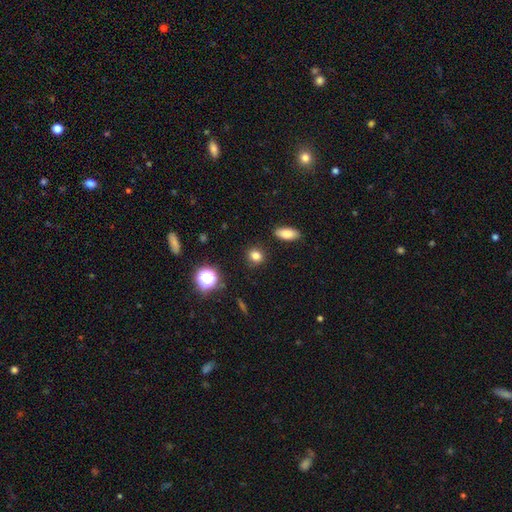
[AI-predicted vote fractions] Smooth or featured: smooth — 79% (star or artifact — 15%)
How rounded: round — 75% (in between — 23%)
Merging: none — 87% (minor disturbance — 8%)